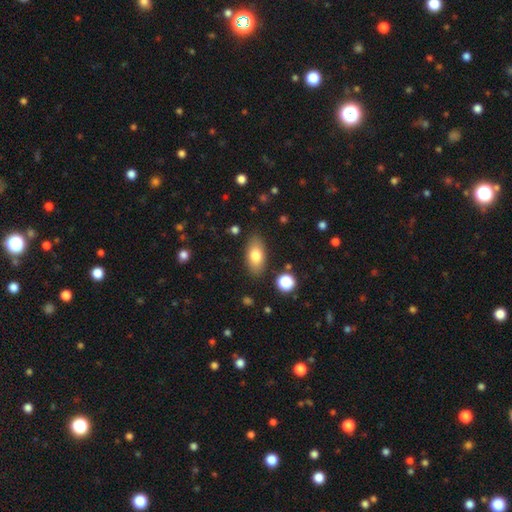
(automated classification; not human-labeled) Smooth or featured? Predicted: smooth (p=0.77). How rounded? Predicted: in between (p=0.88). Merging? Predicted: none (p=0.85).